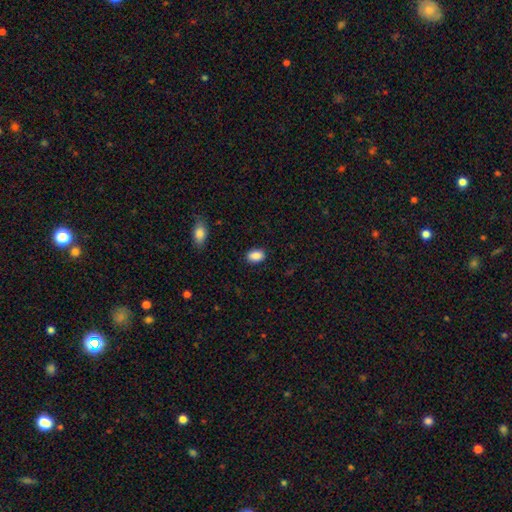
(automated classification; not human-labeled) Overall: smooth (89%). How rounded: in between (83%). Merging: none (87%).